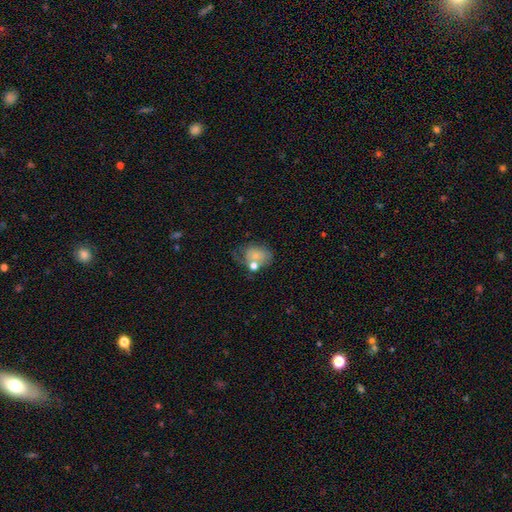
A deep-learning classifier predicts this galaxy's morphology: Smooth or featured: smooth — 63% (featured or disk — 27%)
How rounded: in between — 62% (round — 37%)
Merging: none — 36% (merger — 25%)